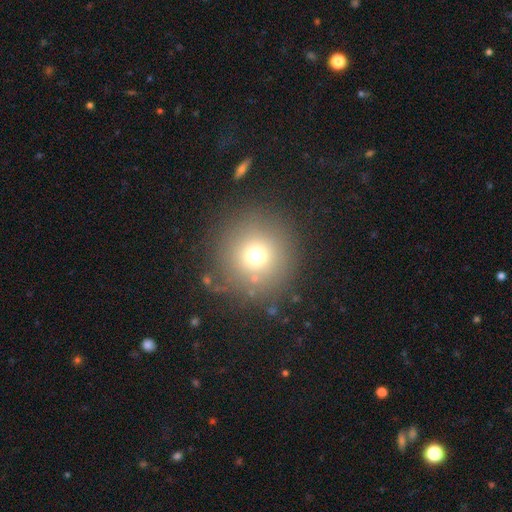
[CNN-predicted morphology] A smooth galaxy with no disk features (70%) that is round (95%).

Vote fractions:
- Smooth or featured? smooth: 70% / star or artifact: 17% / featured or disk: 13%
- How rounded? round: 95% / in between: 4% / cigar-shaped: 1%
- Merging? none: 85% / minor disturbance: 8% / major disturbance: 4% / merger: 3%